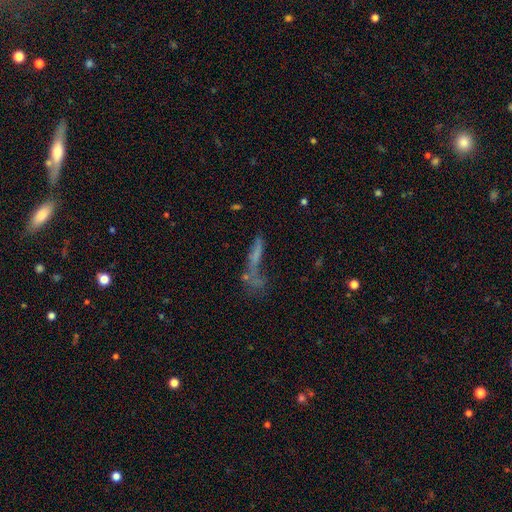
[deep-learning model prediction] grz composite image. It shows a smooth galaxy with no disk features (49%). Merging: major disturbance (33%).